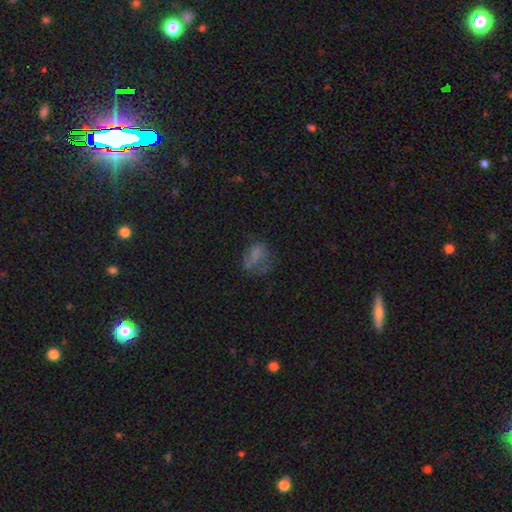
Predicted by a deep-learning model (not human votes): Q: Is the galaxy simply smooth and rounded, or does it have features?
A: smooth — 60%.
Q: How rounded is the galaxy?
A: in between — 72%.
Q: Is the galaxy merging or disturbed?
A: none — 36%.